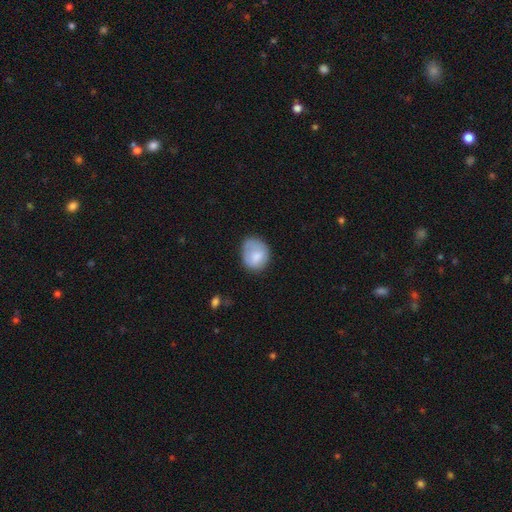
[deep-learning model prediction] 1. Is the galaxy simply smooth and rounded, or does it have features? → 75% smooth, 18% featured or disk, 7% star or artifact.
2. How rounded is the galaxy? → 55% round, 44% in between, 1% cigar-shaped.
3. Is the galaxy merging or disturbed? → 51% none, 32% minor disturbance, 14% major disturbance, 3% merger.